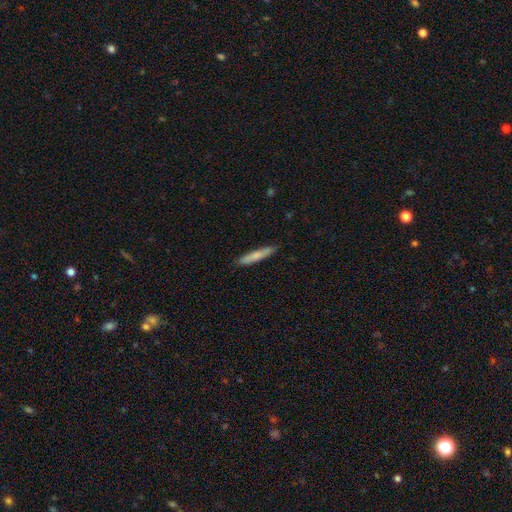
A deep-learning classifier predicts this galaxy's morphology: This is likely a smooth galaxy (73%). How rounded: clearly cigar-shaped (93%). Merging: clearly none (89%).